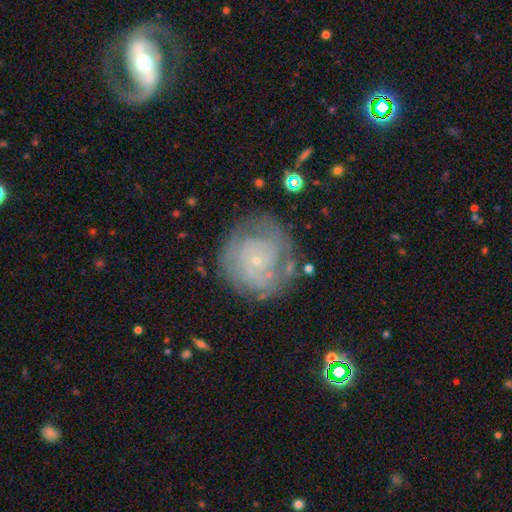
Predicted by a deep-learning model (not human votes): This appears to be a featured or disk galaxy (70%) with no bar (78%), tight (72%) spiral arms (89%) and a small central bulge (85%). Merging: none (74%).